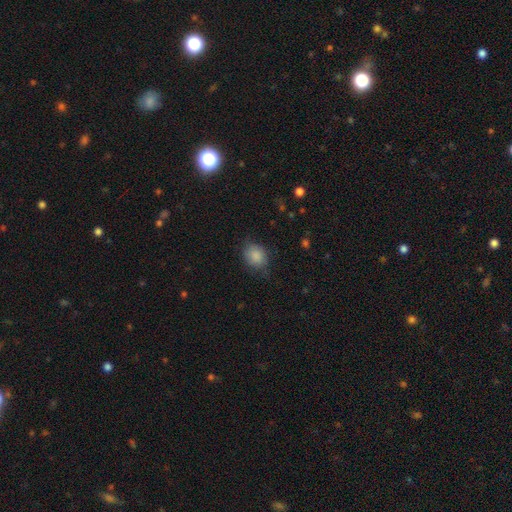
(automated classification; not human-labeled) Smooth or featured? smooth (86%)
How rounded? round (51%)
Merging? none (67%)